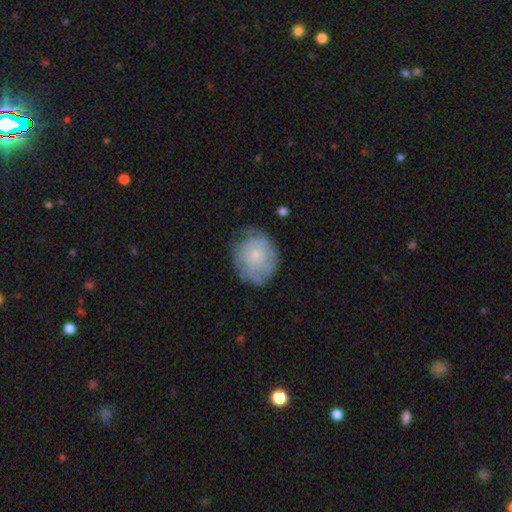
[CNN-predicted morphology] Q: Smooth or featured?
A: featured or disk (47%); runner-up: smooth (45%)
Q: Merging?
A: none (62%); runner-up: minor disturbance (26%)